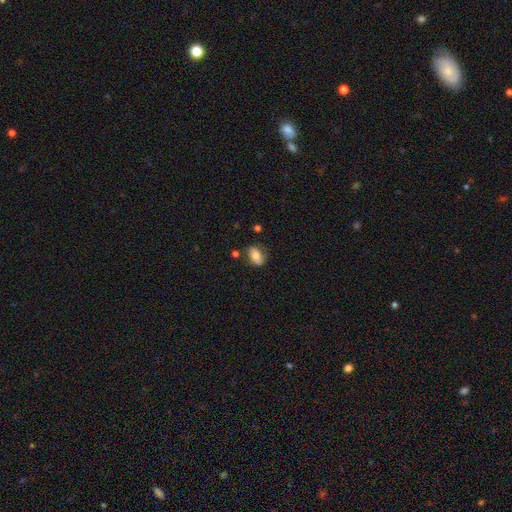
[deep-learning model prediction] Smooth or featured? smooth (73%)
How rounded? in between (86%)
Merging? none (71%)